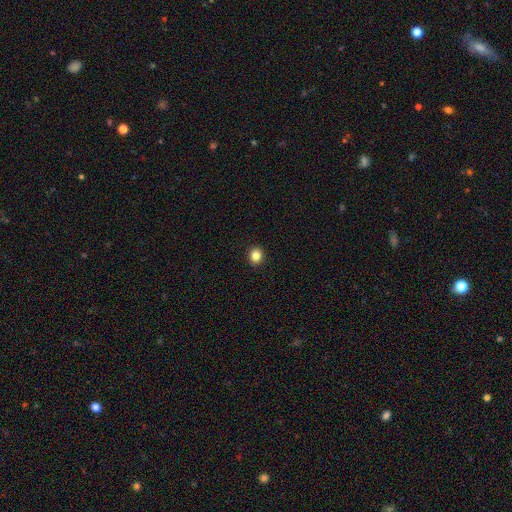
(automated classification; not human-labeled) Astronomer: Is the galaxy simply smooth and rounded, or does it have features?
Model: smooth — 84%.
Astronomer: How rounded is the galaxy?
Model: round — 75%.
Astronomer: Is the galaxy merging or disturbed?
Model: none — 93%.